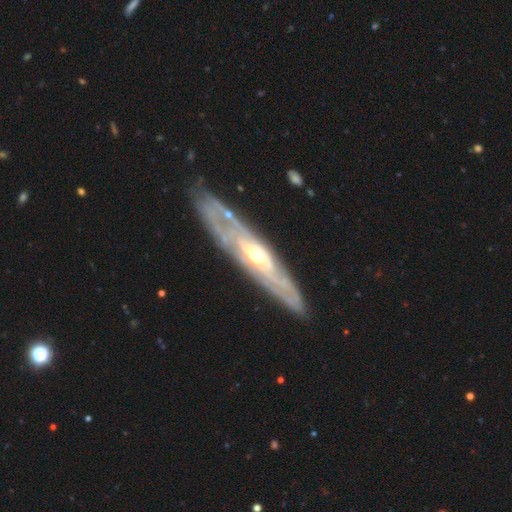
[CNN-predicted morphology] Q: Smooth or featured?
A: featured or disk (86%); runner-up: smooth (9%)
Q: Edge-on disk?
A: no (66%); runner-up: yes (34%)
Q: Bar?
A: no (64%); runner-up: weak (26%)
Q: Spiral arms?
A: yes (87%); runner-up: no (13%)
Q: Bulge size?
A: moderate (65%); runner-up: small (27%)
Q: Merging?
A: none (79%); runner-up: minor disturbance (14%)